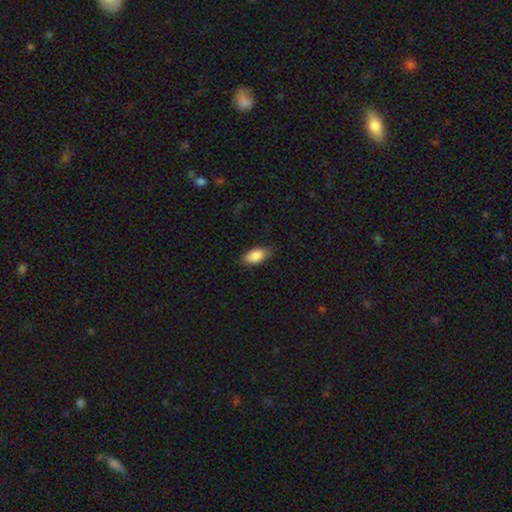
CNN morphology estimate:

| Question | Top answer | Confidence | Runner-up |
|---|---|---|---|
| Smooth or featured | smooth | 87% | star or artifact (7%) |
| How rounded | in between | 91% | cigar-shaped (6%) |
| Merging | none | 80% | minor disturbance (16%) |